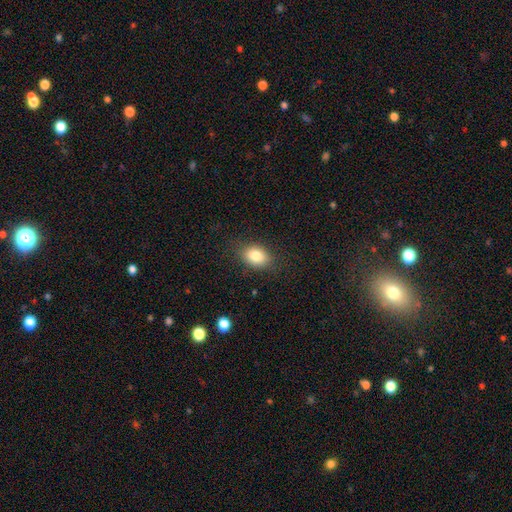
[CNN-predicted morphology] type=smooth (83%); roundness=in between (75%); merging=none (83%).